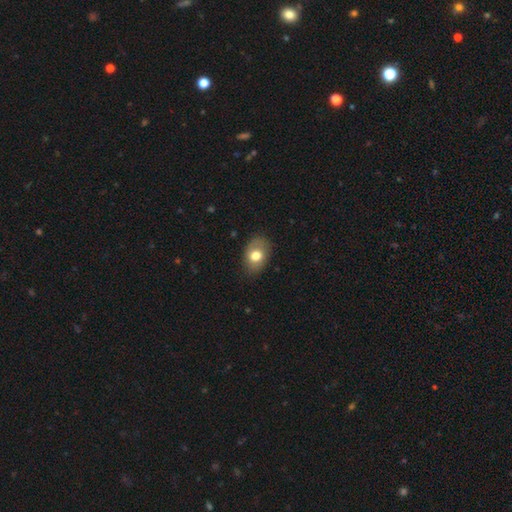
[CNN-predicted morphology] Smooth or featured: smooth — 71% (featured or disk — 21%)
How rounded: in between — 77% (round — 22%)
Merging: none — 76% (minor disturbance — 18%)